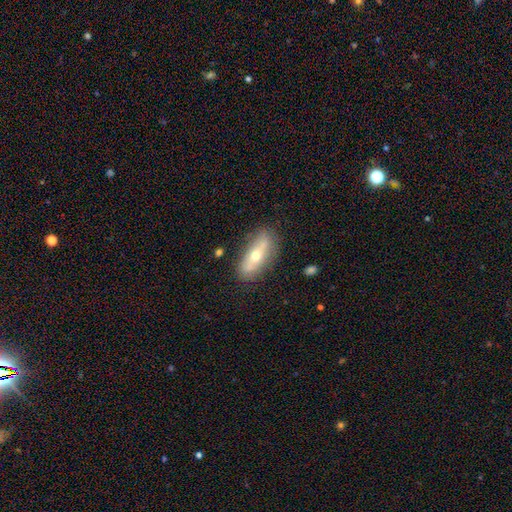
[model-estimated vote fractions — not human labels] Smooth or featured?
  - featured or disk: 47% *
  - smooth: 46%
  - star or artifact: 7%
Merging?
  - none: 78% *
  - minor disturbance: 15%
  - major disturbance: 4%
  - merger: 2%